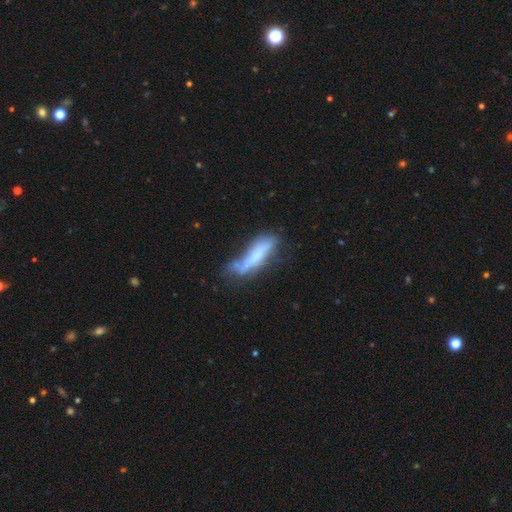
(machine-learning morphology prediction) A smooth galaxy with no disk features (56%) that is cigar-shaped (74%). Merging: none (38%).